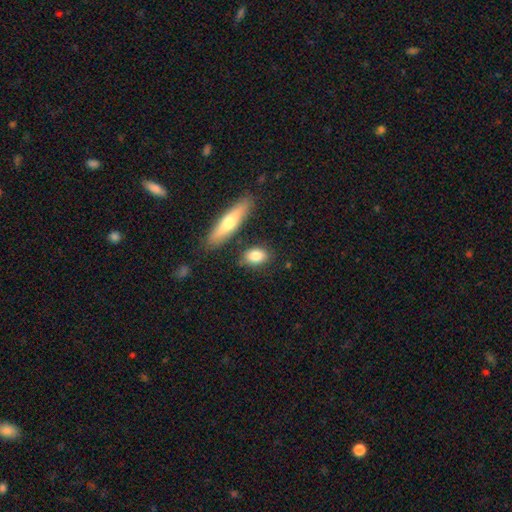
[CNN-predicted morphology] type=smooth (81%); roundness=in between (76%); merging=none (78%).